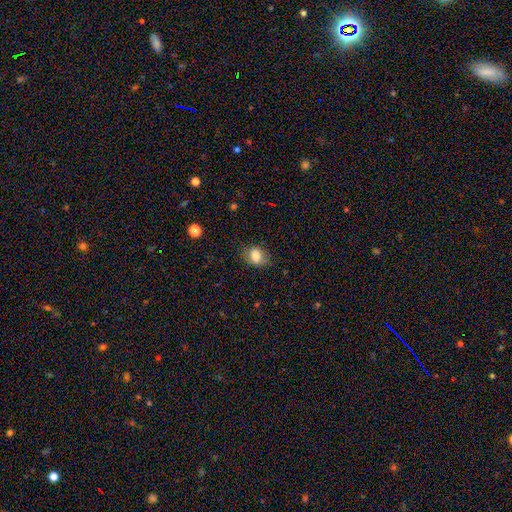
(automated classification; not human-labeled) Smooth or featured? smooth (79%)
How rounded? in between (57%)
Merging? none (75%)